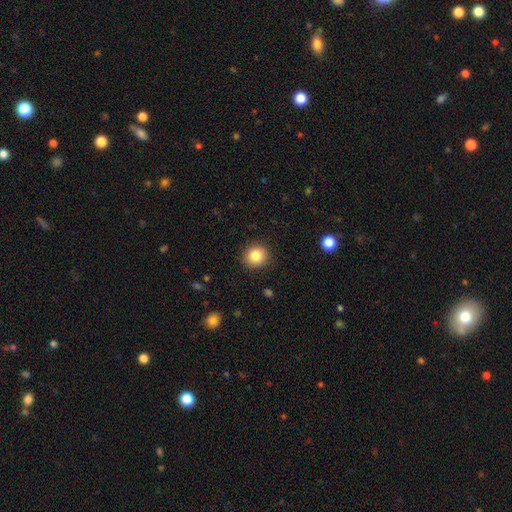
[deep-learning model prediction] A smooth galaxy with no disk features (84%) that is round (88%).

Vote fractions:
- Smooth or featured? smooth: 84% / star or artifact: 10% / featured or disk: 6%
- How rounded? round: 88% / in between: 11% / cigar-shaped: 1%
- Merging? none: 91% / minor disturbance: 6% / major disturbance: 2% / merger: 1%